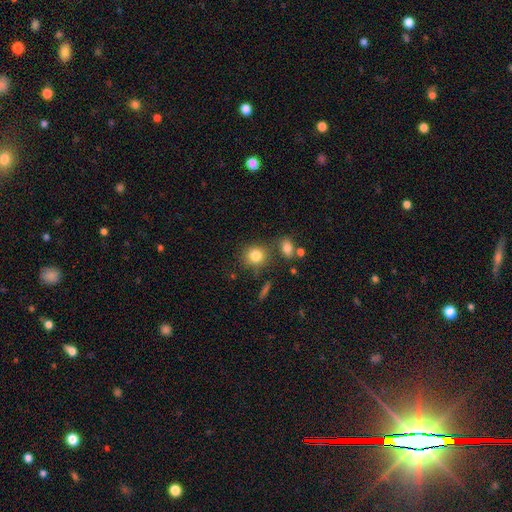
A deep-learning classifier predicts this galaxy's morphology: Q: Smooth or featured?
A: smooth (82%); runner-up: star or artifact (10%)
Q: How rounded?
A: round (80%); runner-up: in between (19%)
Q: Merging?
A: none (72%); runner-up: minor disturbance (12%)